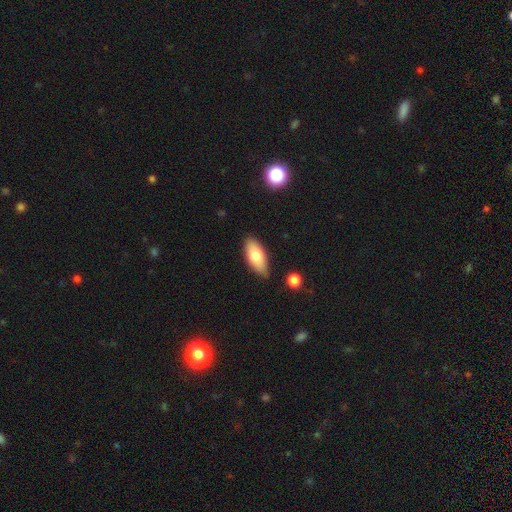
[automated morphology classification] Smooth or featured? smooth (75%)
How rounded? in between (86%)
Merging? none (80%)